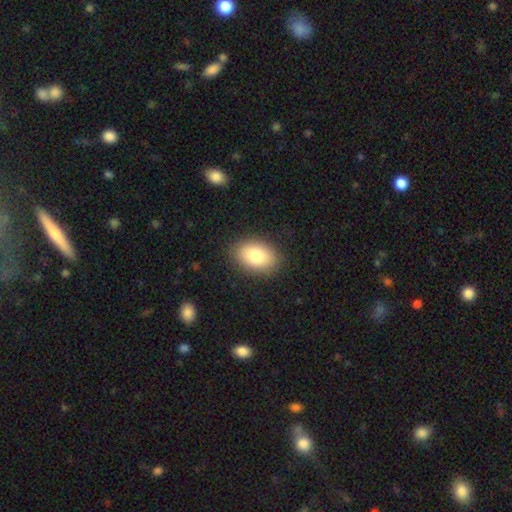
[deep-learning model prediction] Smooth or featured?
  - smooth: 82% *
  - featured or disk: 10%
  - star or artifact: 8%
How rounded?
  - in between: 84% *
  - round: 15%
  - cigar-shaped: 1%
Merging?
  - none: 88% *
  - minor disturbance: 9%
  - major disturbance: 3%
  - merger: 1%